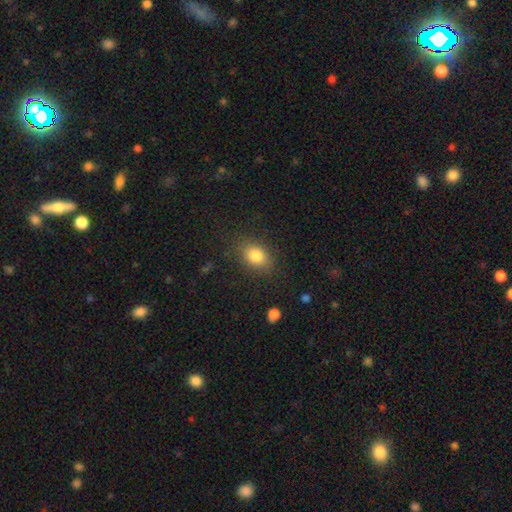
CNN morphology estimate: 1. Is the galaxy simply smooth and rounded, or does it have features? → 82% smooth, 10% star or artifact, 8% featured or disk.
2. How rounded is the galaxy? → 66% in between, 33% round, 1% cigar-shaped.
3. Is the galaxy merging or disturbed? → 82% none, 13% minor disturbance, 4% major disturbance, 1% merger.